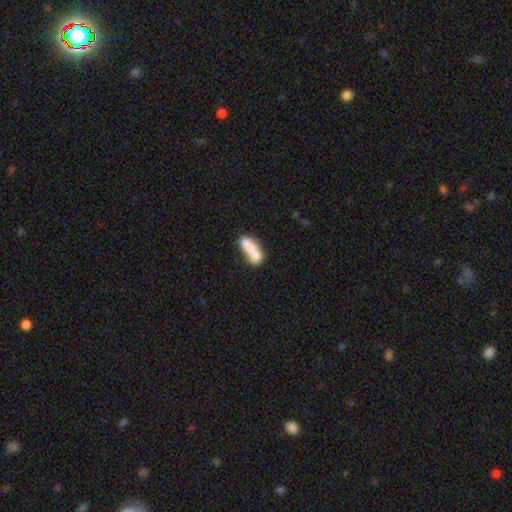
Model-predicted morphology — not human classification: Smooth or featured: smooth — 68% (featured or disk — 23%)
How rounded: in between — 65% (cigar-shaped — 30%)
Merging: merger — 51% (none — 28%)